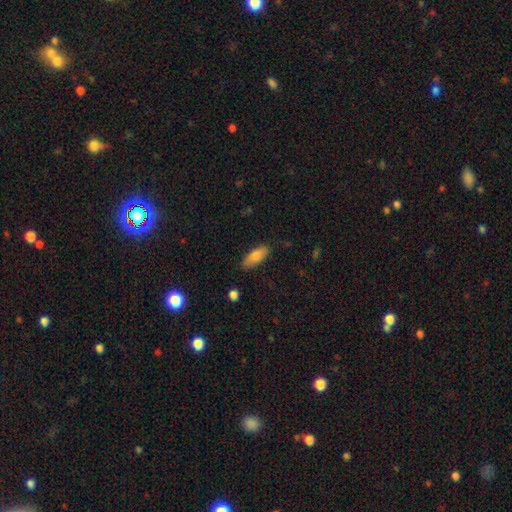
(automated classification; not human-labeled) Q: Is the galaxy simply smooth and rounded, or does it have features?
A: smooth — 81%.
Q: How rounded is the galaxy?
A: in between — 74%.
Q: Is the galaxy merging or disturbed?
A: none — 85%.